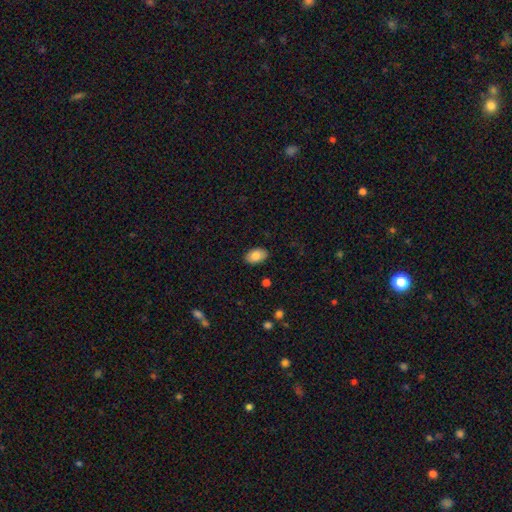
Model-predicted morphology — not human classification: Smooth or featured? Predicted: smooth (p=0.83). How rounded? Predicted: in between (p=0.91). Merging? Predicted: none (p=0.89).